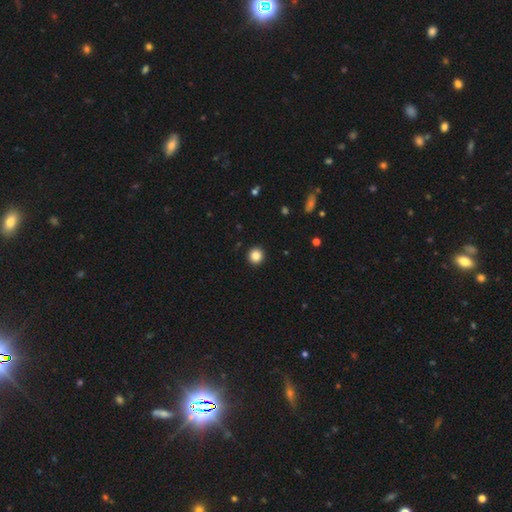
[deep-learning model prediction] This appears to be a smooth galaxy with no disk features (86%) that is round (95%). Merging: none (94%).